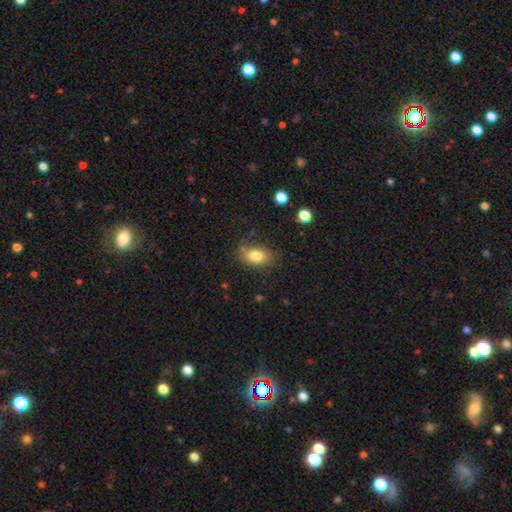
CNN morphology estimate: type=smooth (81%); roundness=in between (85%); merging=none (74%).